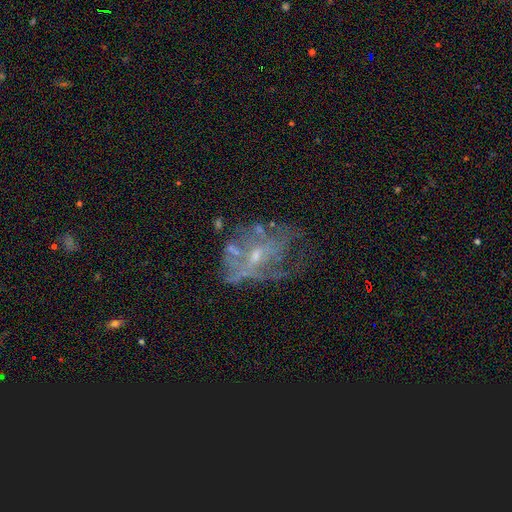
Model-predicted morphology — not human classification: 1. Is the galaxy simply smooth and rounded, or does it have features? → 69% featured or disk, 17% smooth, 14% star or artifact.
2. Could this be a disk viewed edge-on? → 97% no, 3% yes.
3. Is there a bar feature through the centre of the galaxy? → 68% no, 27% weak, 5% strong.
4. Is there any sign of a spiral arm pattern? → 57% no, 43% yes.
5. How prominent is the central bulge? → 59% small, 26% moderate, 12% none, 1% large, 1% dominant.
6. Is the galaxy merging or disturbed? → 38% none, 34% major disturbance, 21% minor disturbance, 7% merger.